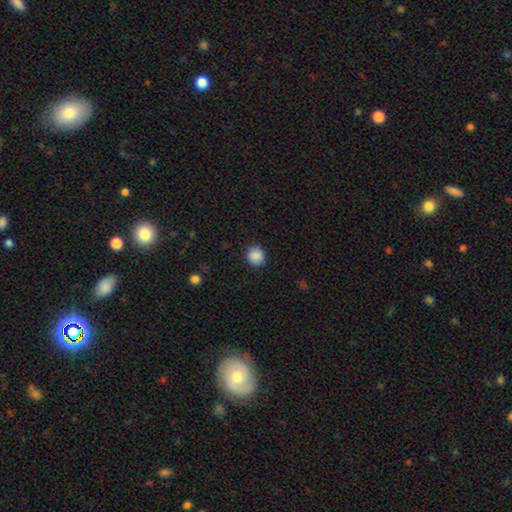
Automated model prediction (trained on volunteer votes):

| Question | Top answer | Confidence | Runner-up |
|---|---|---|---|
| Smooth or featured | smooth | 89% | star or artifact (9%) |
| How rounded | round | 87% | in between (12%) |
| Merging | none | 90% | minor disturbance (7%) |